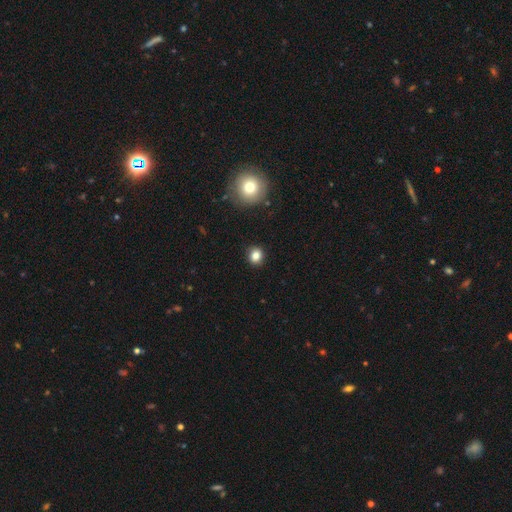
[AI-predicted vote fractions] Morphology: type=smooth (82%); roundness=round (84%); merging=none (90%).